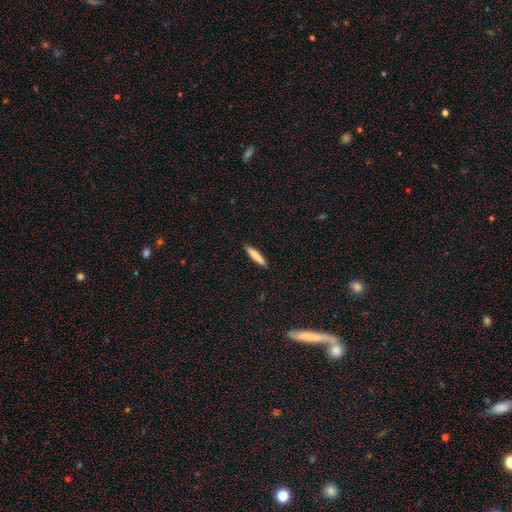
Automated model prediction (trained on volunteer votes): smooth 79%, featured or disk 15%, star or artifact 6%. Down the decision tree: how rounded — cigar-shaped (89%); merging — none (91%).